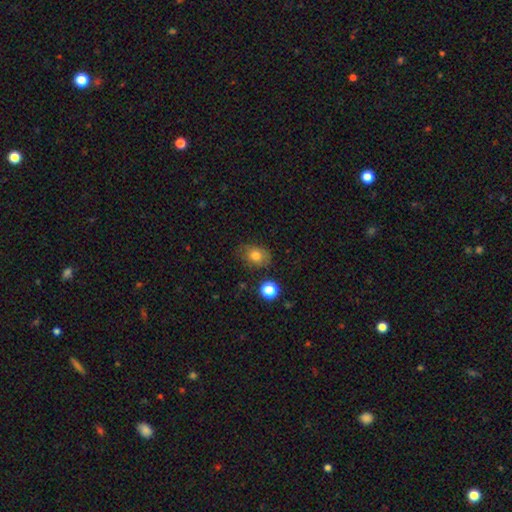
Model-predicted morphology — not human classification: Smooth or featured?
  - smooth: 76% *
  - featured or disk: 12%
  - star or artifact: 11%
How rounded?
  - in between: 65% *
  - round: 34%
  - cigar-shaped: 1%
Merging?
  - none: 71% *
  - minor disturbance: 21%
  - major disturbance: 5%
  - merger: 3%